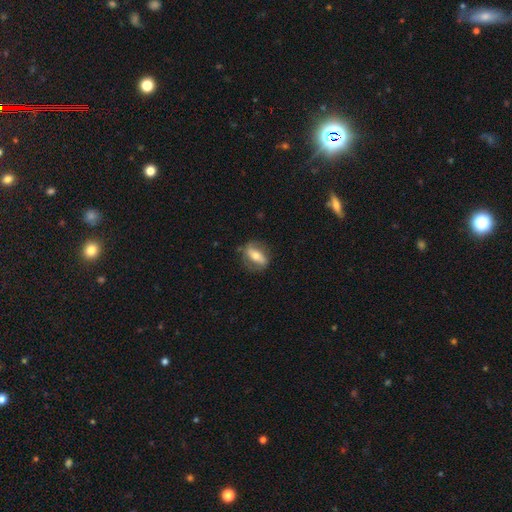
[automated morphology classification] featured or disk 52%, smooth 42%, star or artifact 6%. Down the decision tree: edge-on disk — no (71%); merging — none (75%).